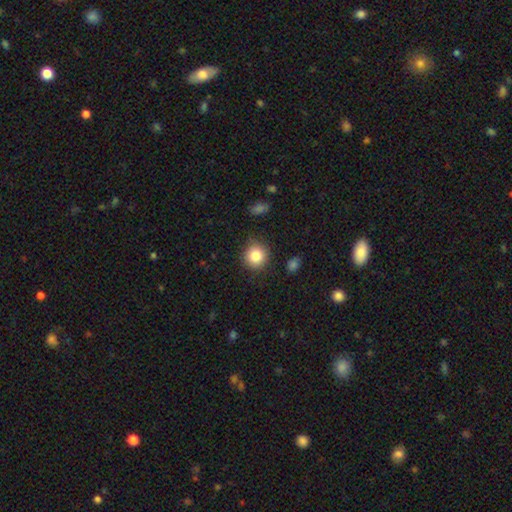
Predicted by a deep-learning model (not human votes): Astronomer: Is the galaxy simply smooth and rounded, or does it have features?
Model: smooth — 84%.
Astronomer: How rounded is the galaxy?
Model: round — 91%.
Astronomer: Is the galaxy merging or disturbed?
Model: none — 86%.